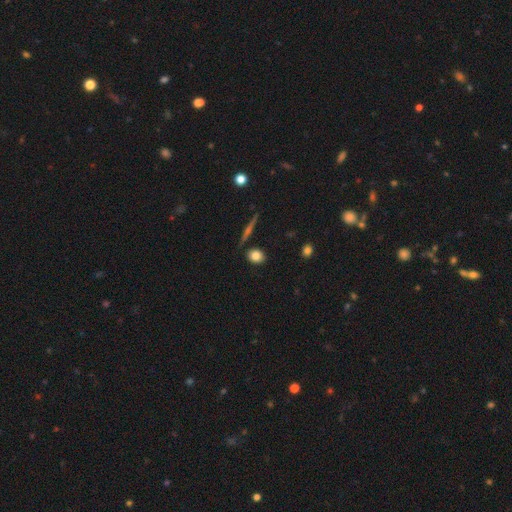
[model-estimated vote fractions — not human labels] This appears to be a smooth galaxy with no disk features (81%) that is round (58%). Merging: none (85%).